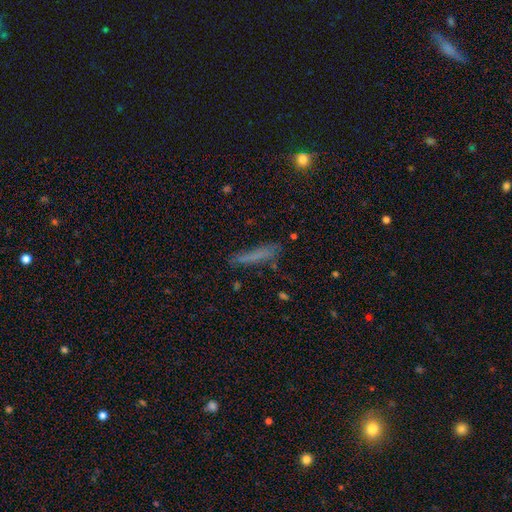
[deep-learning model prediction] A smooth galaxy with no disk features (66%) that is cigar-shaped (90%). Merging: none (70%).